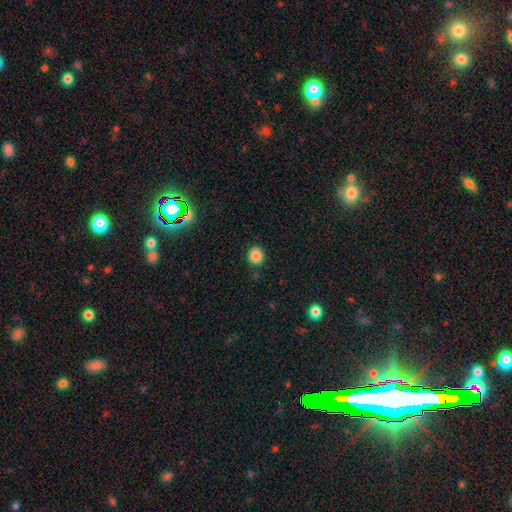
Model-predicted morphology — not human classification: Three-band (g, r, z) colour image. It shows a smooth galaxy with no disk features (84%) that is round (87%). Merging: none (88%).